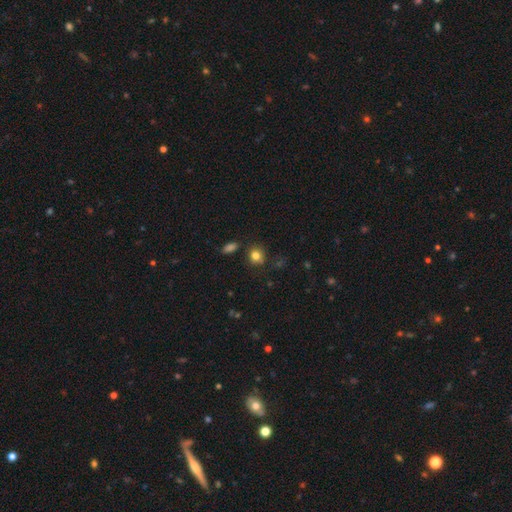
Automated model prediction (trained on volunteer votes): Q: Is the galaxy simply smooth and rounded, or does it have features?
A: smooth — 81%.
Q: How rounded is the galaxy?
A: round — 75%.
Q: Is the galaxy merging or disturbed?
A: none — 79%.